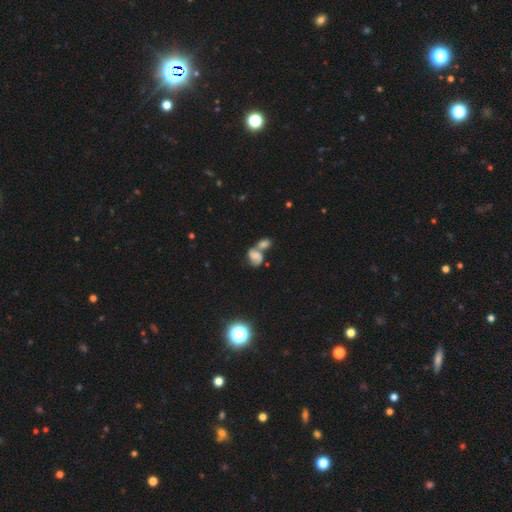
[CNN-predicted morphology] This appears to be a featured or disk galaxy (46%). Merging: merger (63%).